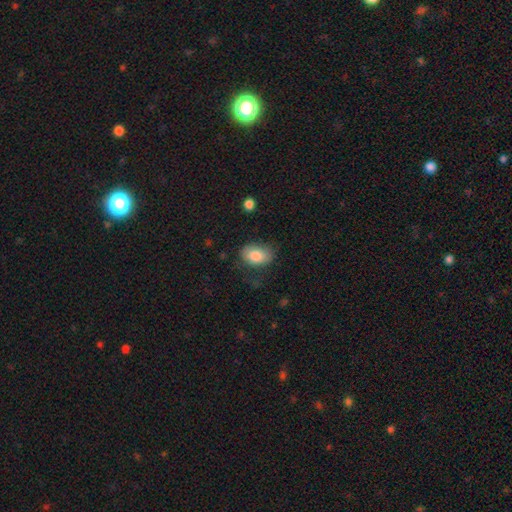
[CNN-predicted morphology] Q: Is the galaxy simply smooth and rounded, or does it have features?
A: smooth — 82%.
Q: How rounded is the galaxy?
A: in between — 86%.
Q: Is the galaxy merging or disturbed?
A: none — 65%.